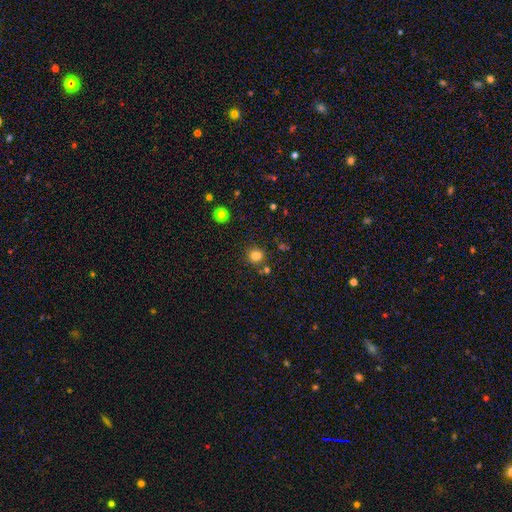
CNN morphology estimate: Overall: smooth (80%). How rounded: round (81%). Merging: none (76%).